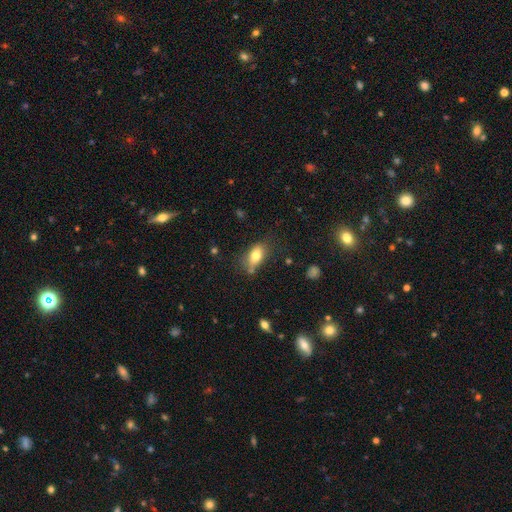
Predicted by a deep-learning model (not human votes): Overall: smooth (77%). How rounded: in between (87%). Merging: none (65%).